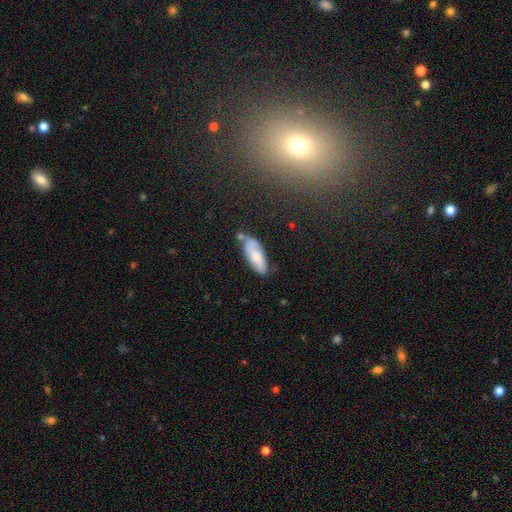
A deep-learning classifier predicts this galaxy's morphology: type=smooth (63%); roundness=in between (73%); merging=none (58%).